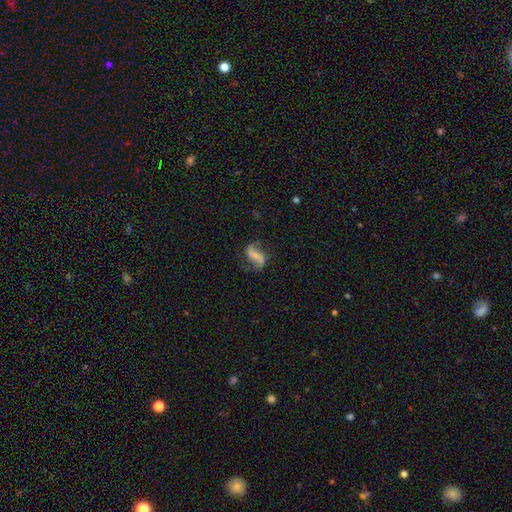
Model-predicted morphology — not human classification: Smooth or featured? Predicted: featured or disk (p=0.69). Edge-on disk? Predicted: no (p=0.96). Bar? Predicted: strong (p=0.39). Spiral arms? Predicted: yes (p=0.91). Spiral winding? Predicted: loose (p=0.74). Spiral arm count? Predicted: 2 (p=0.90). Bulge size? Predicted: none (p=0.43). Merging? Predicted: none (p=0.66).